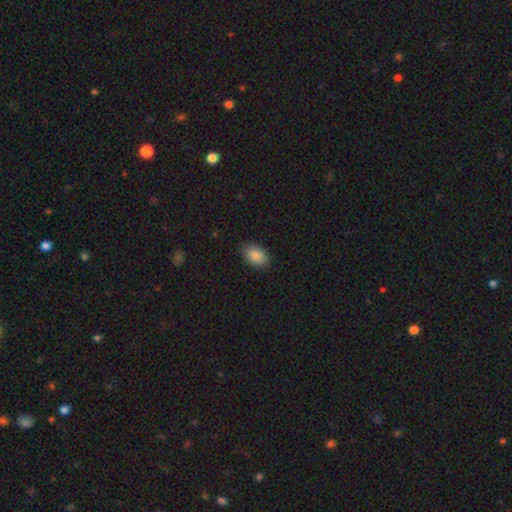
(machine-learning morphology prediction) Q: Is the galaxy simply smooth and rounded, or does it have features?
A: smooth — 88%.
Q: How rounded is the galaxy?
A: in between — 90%.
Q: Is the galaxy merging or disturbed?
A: none — 85%.